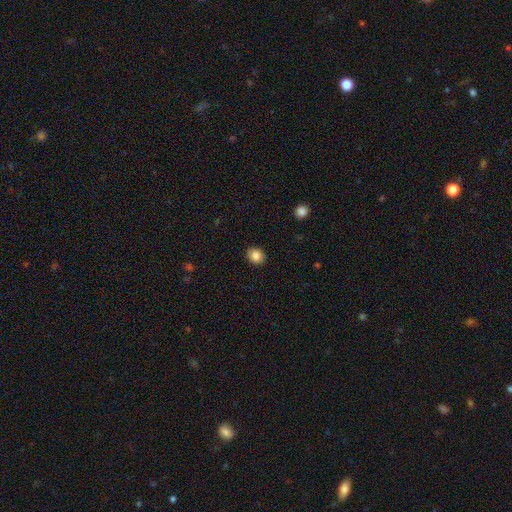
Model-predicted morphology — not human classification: A smooth galaxy with no disk features (85%) that is round (64%).

Vote fractions:
- Smooth or featured? smooth: 85% / star or artifact: 9% / featured or disk: 6%
- How rounded? round: 64% / in between: 35% / cigar-shaped: 1%
- Merging? none: 91% / minor disturbance: 6% / major disturbance: 2% / merger: 1%